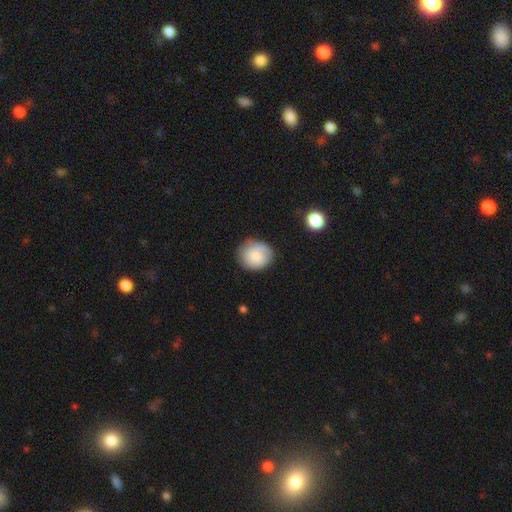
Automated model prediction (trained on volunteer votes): Morphology: type=smooth (75%); roundness=round (73%); merging=none (75%).